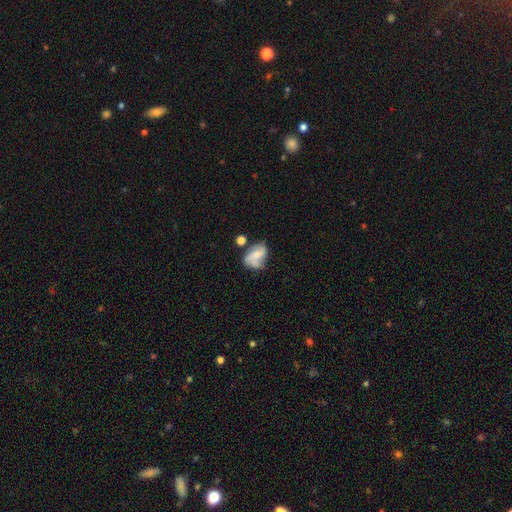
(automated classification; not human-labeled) Smooth or featured: featured or disk — 60% (smooth — 31%)
Edge-on disk: no — 97% (yes — 3%)
Bar: no — 51% (weak — 37%)
Spiral arms: yes — 83% (no — 17%)
Bulge size: small — 44% (moderate — 34%)
Merging: none — 41% (minor disturbance — 25%)